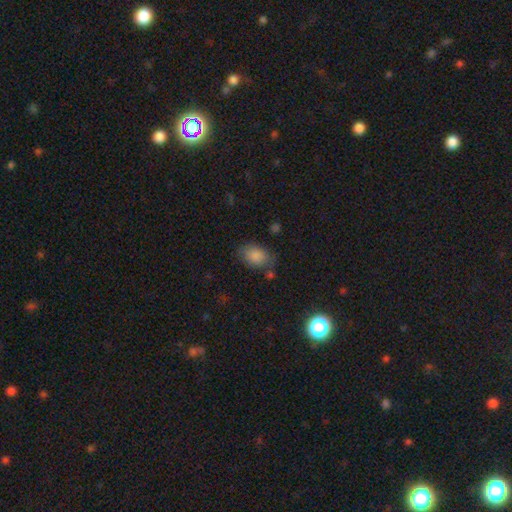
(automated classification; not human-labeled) Smooth or featured: smooth — 86% (star or artifact — 8%)
How rounded: in between — 81% (round — 18%)
Merging: none — 70% (minor disturbance — 20%)